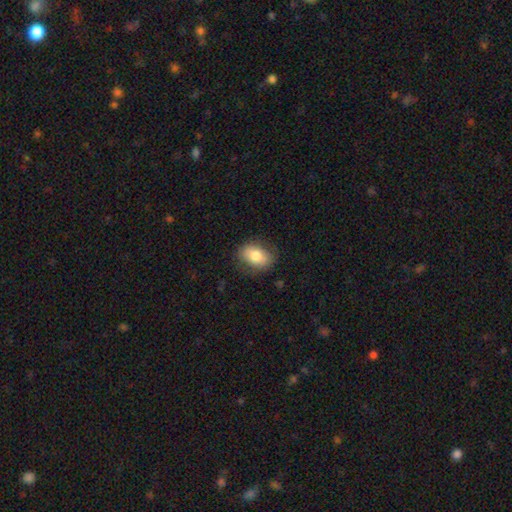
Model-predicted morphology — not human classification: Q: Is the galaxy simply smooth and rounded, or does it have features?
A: smooth — 79%.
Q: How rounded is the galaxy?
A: in between — 78%.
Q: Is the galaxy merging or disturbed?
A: none — 80%.